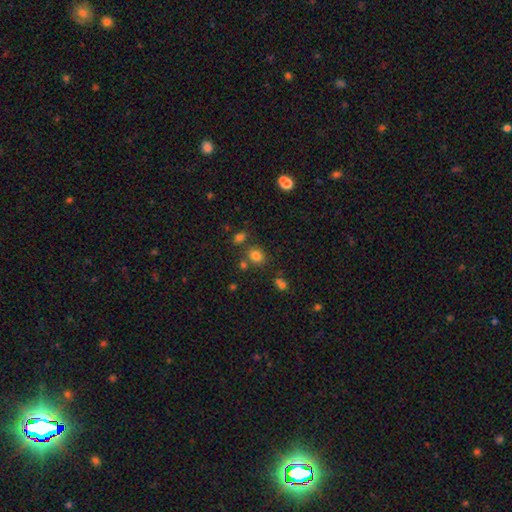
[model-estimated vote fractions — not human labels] Smooth or featured?
  - smooth: 78% *
  - star or artifact: 15%
  - featured or disk: 7%
How rounded?
  - round: 68% *
  - in between: 32%
  - cigar-shaped: 1%
Merging?
  - none: 72% *
  - merger: 13%
  - minor disturbance: 11%
  - major disturbance: 5%